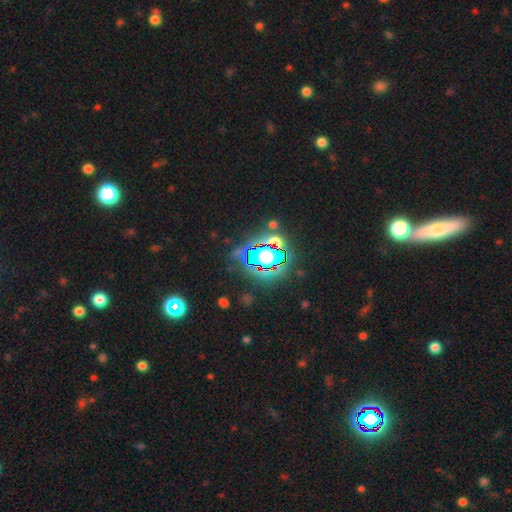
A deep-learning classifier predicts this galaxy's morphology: This appears to be a star or artifact, not a galaxy (66%).